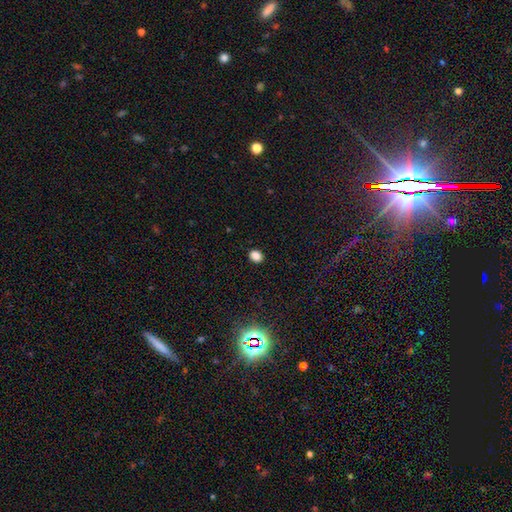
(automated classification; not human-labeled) Morphology: type=smooth (84%); roundness=in between (50%); merging=none (89%).